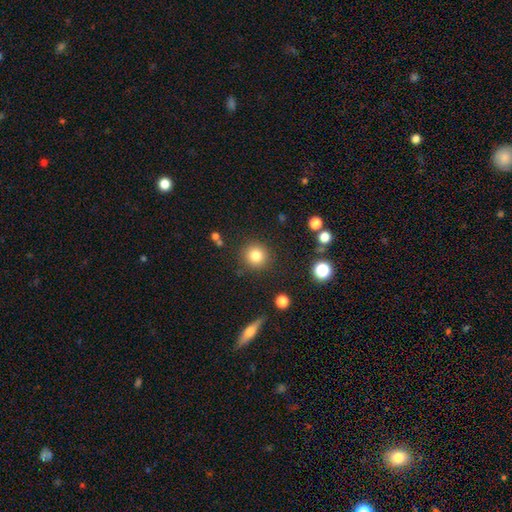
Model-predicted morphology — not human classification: A smooth galaxy with no disk features (81%) that is round (93%). Merging: none (88%).